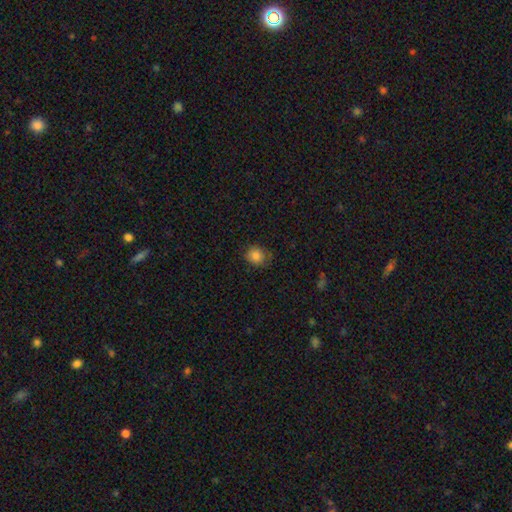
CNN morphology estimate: Smooth or featured: smooth — 83% (star or artifact — 10%)
How rounded: round — 73% (in between — 26%)
Merging: none — 77% (minor disturbance — 18%)